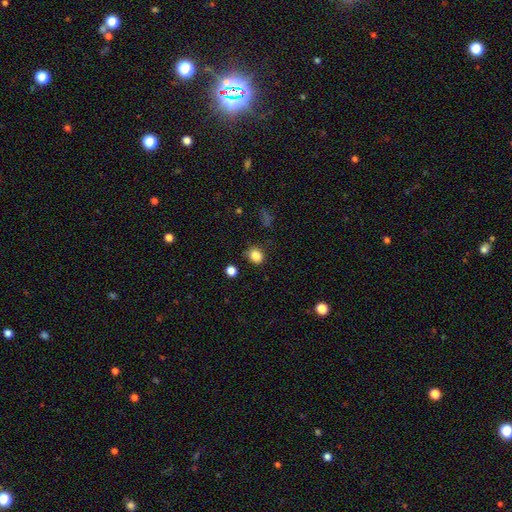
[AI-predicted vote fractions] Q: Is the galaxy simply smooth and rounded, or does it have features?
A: smooth — 85%.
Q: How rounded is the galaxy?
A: round — 64%.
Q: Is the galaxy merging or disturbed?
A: none — 79%.